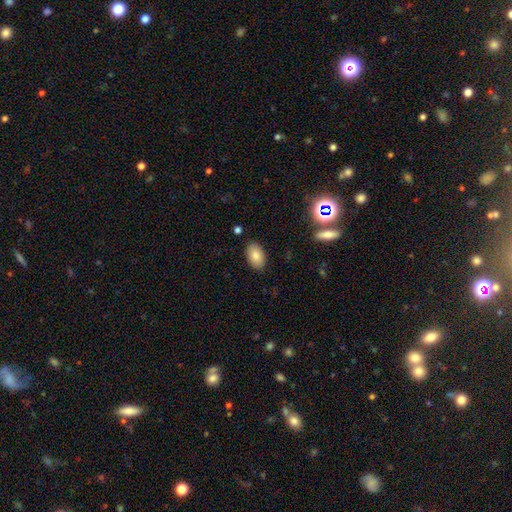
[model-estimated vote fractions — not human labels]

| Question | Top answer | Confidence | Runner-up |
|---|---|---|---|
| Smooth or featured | smooth | 82% | featured or disk (9%) |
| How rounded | in between | 92% | round (7%) |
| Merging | none | 87% | minor disturbance (9%) |